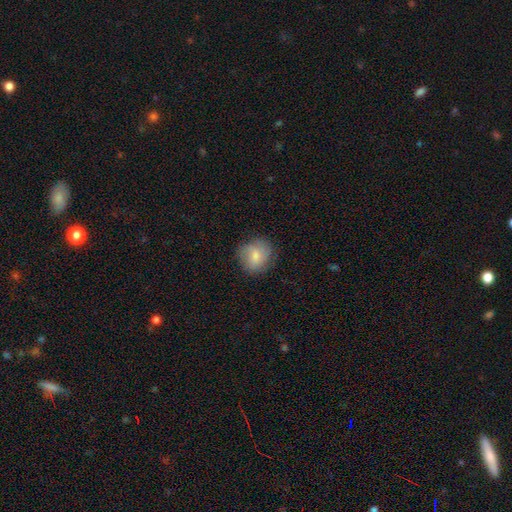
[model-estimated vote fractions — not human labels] Morphology: type=smooth (70%); roundness=round (75%); merging=none (74%).